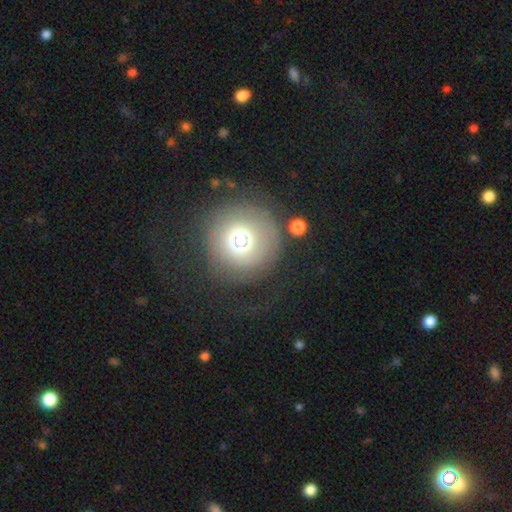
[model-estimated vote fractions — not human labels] Smooth or featured? smooth (52%)
How rounded? round (95%)
Merging? none (74%)